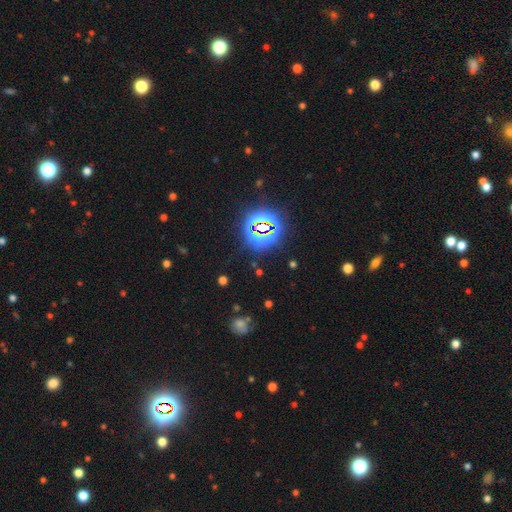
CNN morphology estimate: Smooth or featured? star or artifact (74%)